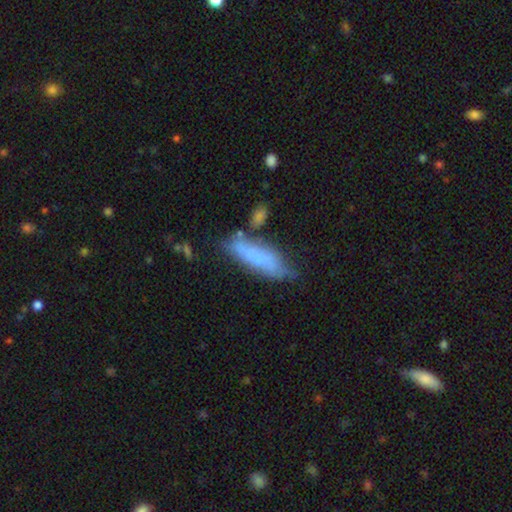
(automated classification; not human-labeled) This appears to be a smooth galaxy with no disk features (64%) that is cigar-shaped (53%). Merging: none (56%).